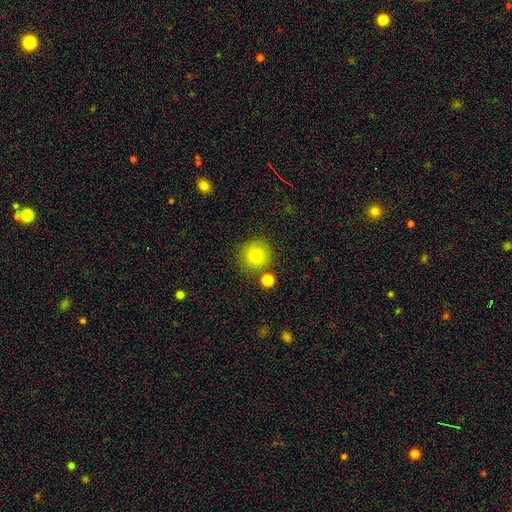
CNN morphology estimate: This is likely a smooth galaxy (79%). How rounded: clearly round (93%). Merging: likely none (80%).